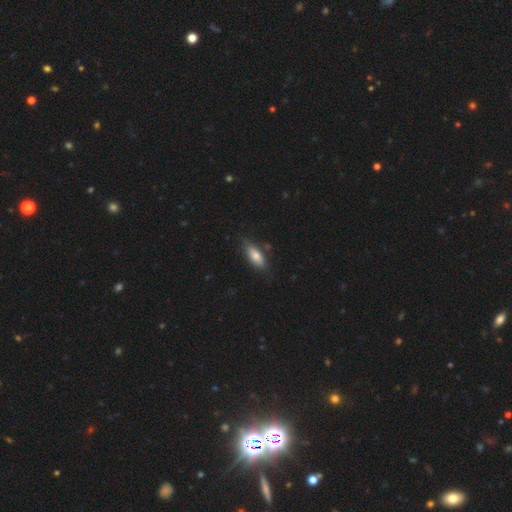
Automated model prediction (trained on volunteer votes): smooth_or_featured: smooth (p=0.76) [alt: featured or disk p=0.17]
how_rounded: in between (p=0.74) [alt: cigar-shaped p=0.23]
merging: none (p=0.75) [alt: minor disturbance p=0.19]